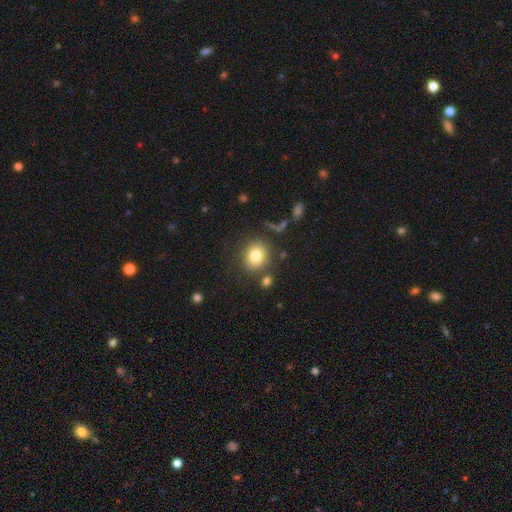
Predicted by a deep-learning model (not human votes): Smooth or featured?
  - smooth: 81% *
  - star or artifact: 10%
  - featured or disk: 9%
How rounded?
  - round: 74% *
  - in between: 25%
  - cigar-shaped: 1%
Merging?
  - none: 79% *
  - minor disturbance: 10%
  - merger: 6%
  - major disturbance: 4%